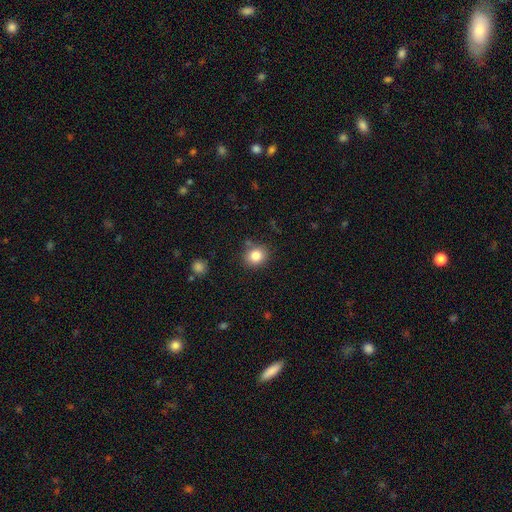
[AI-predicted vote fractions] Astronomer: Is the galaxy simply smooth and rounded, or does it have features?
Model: smooth — 83%.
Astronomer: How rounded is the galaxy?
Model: round — 71%.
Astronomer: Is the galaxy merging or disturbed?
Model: none — 82%.